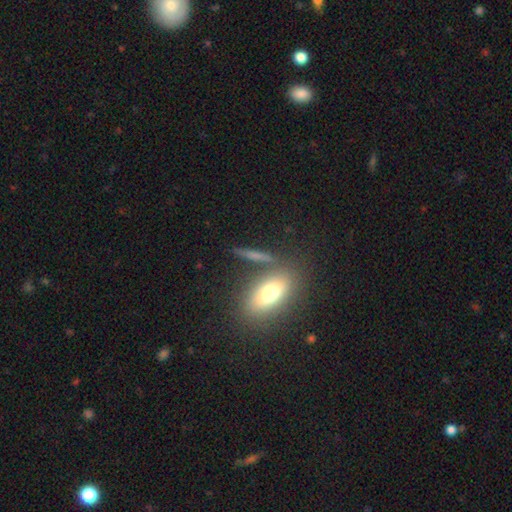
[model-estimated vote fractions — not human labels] smooth-or-featured: smooth: 56% | featured or disk: 31% | star or artifact: 12%
  how-rounded: cigar-shaped: 52% | in between: 37% | round: 11%
  merging: none: 73% | minor disturbance: 11% | merger: 11% | major disturbance: 5%